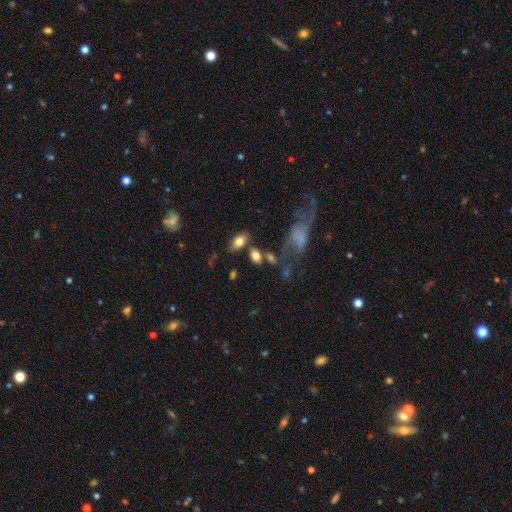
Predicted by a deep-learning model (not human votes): Morphology: type=smooth (76%); roundness=in between (87%); merging=none (63%).